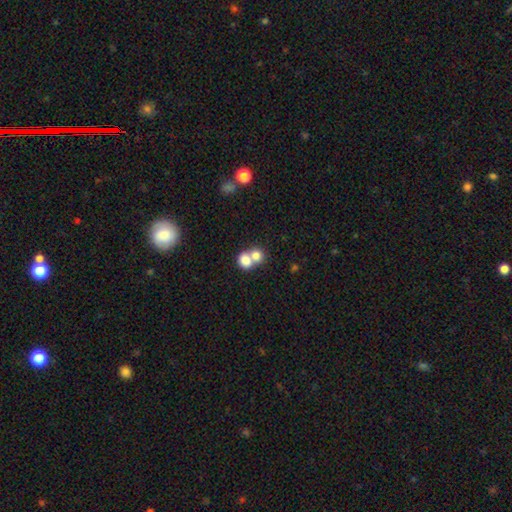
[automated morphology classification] Smooth or featured? Predicted: smooth (p=0.78). How rounded? Predicted: round (p=0.64). Merging? Predicted: merger (p=0.66).